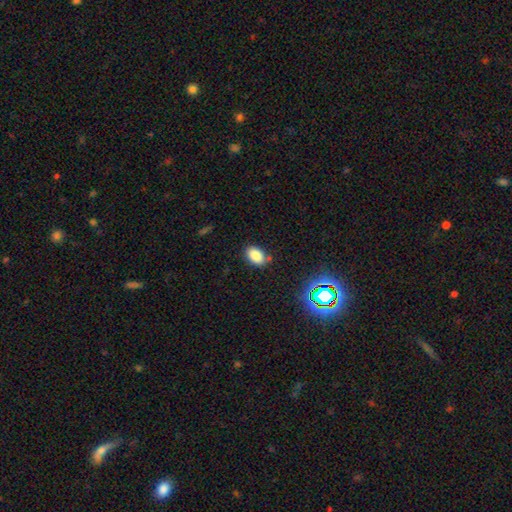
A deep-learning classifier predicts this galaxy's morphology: Smooth or featured? smooth (83%)
How rounded? in between (87%)
Merging? none (81%)